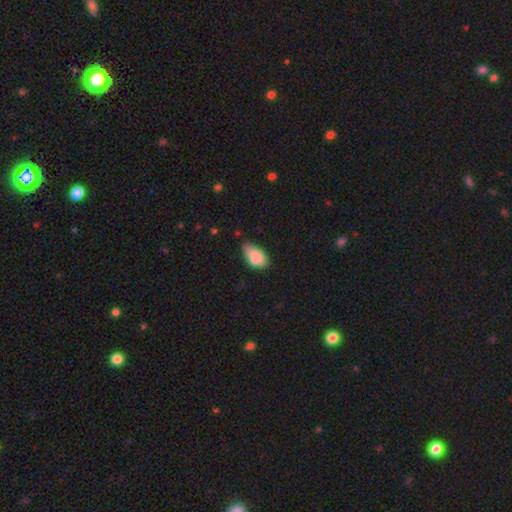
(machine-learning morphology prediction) The model was most divided on "merging": none: 53%, minor disturbance: 33%, merger: 7%, major disturbance: 7%. More confident: how rounded — in between (93%); smooth or featured — smooth (83%).